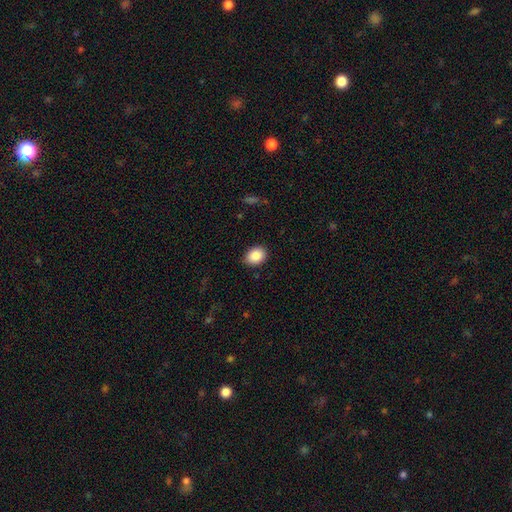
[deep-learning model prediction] smooth-or-featured: smooth: 88% | star or artifact: 8% | featured or disk: 4%
  how-rounded: in between: 66% | round: 33% | cigar-shaped: 1%
  merging: none: 86% | minor disturbance: 11% | major disturbance: 2% | merger: 1%